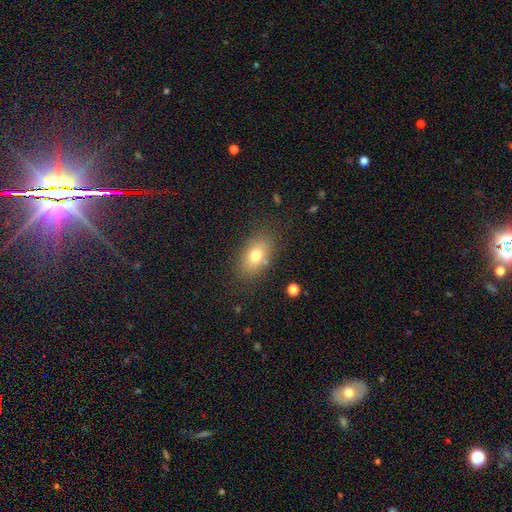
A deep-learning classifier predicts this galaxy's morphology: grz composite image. It shows a smooth galaxy with no disk features (74%) that is in between round and cigar-shaped (84%). Merging: none (80%).